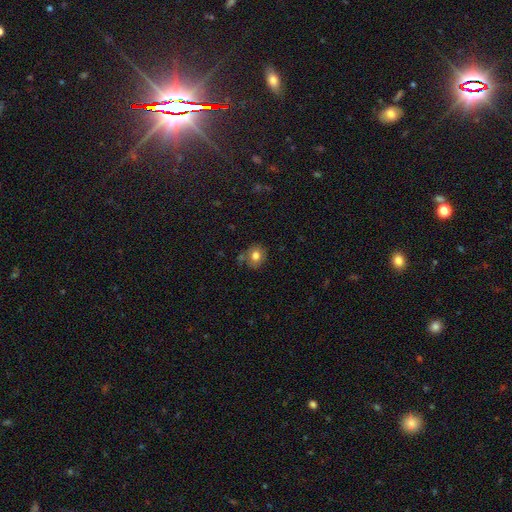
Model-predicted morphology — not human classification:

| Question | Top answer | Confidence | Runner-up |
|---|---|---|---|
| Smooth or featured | smooth | 76% | featured or disk (14%) |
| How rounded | round | 66% | in between (33%) |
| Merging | none | 71% | minor disturbance (18%) |